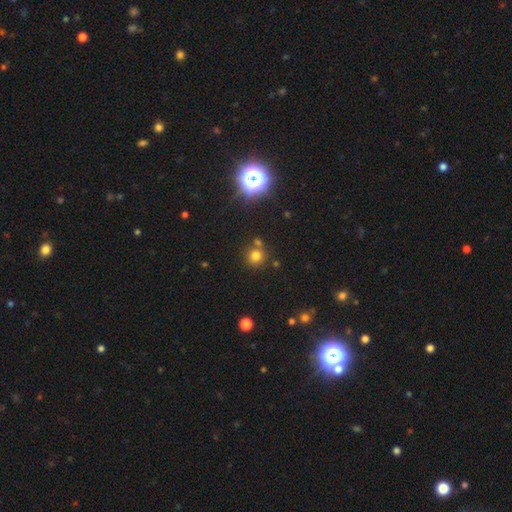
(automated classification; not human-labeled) Q: Smooth or featured?
A: smooth (72%); runner-up: star or artifact (21%)
Q: How rounded?
A: round (91%); runner-up: in between (8%)
Q: Merging?
A: none (71%); runner-up: merger (18%)